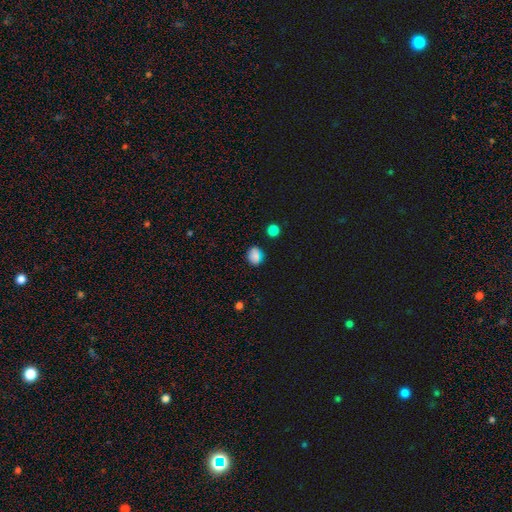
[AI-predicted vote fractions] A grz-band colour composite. It shows a smooth galaxy with no disk features (72%) that is round (61%). Merging: none (83%).